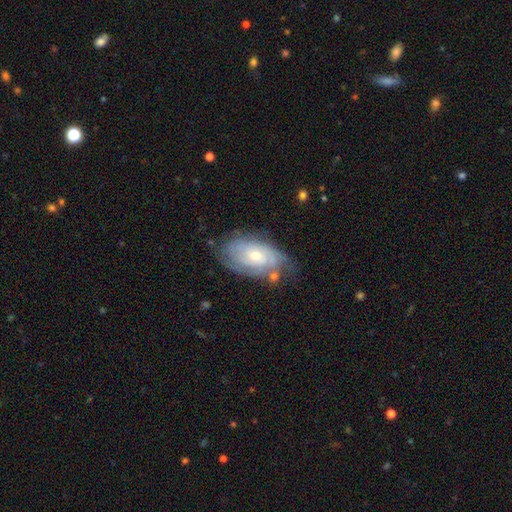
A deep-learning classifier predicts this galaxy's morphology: Smooth or featured? featured or disk (72%)
Edge-on disk? no (94%)
Bar? no (73%)
Spiral arms? yes (86%)
Spiral winding? tight (68%)
Spiral arm count? can't tell (54%)
Bulge size? small (50%)
Merging? none (61%)